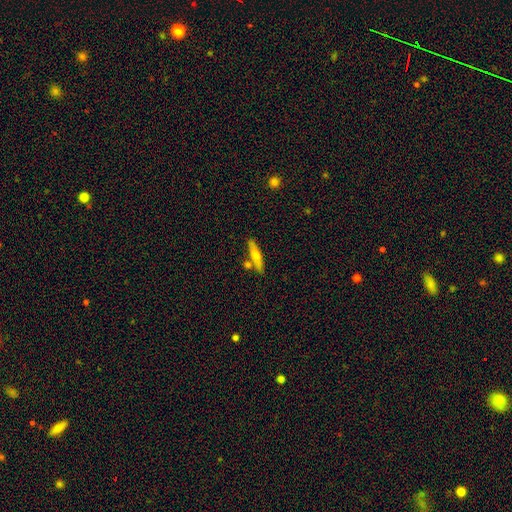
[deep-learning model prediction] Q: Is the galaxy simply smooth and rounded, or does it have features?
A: smooth — 57%.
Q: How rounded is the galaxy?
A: cigar-shaped — 83%.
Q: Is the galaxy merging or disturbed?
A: none — 74%.